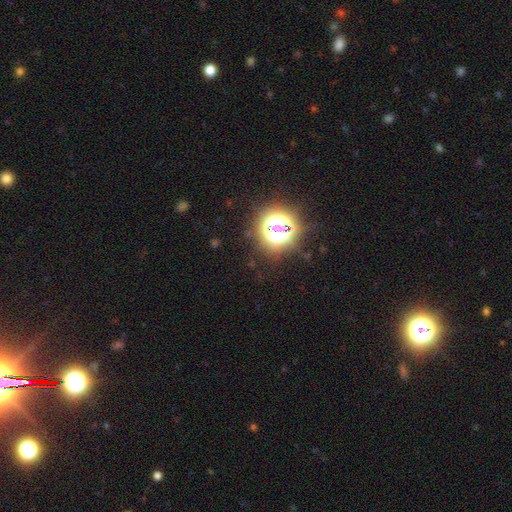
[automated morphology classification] Smooth or featured: star or artifact — 79% (smooth — 15%)